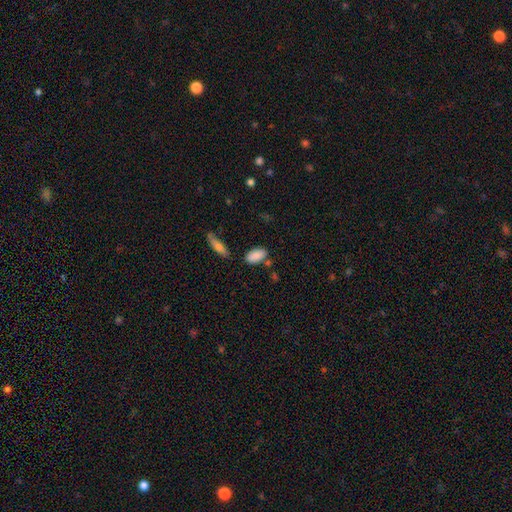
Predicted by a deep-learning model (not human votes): Smooth or featured?
  - smooth: 87% *
  - star or artifact: 7%
  - featured or disk: 5%
How rounded?
  - in between: 91% *
  - cigar-shaped: 7%
  - round: 3%
Merging?
  - none: 74% *
  - minor disturbance: 14%
  - merger: 9%
  - major disturbance: 3%